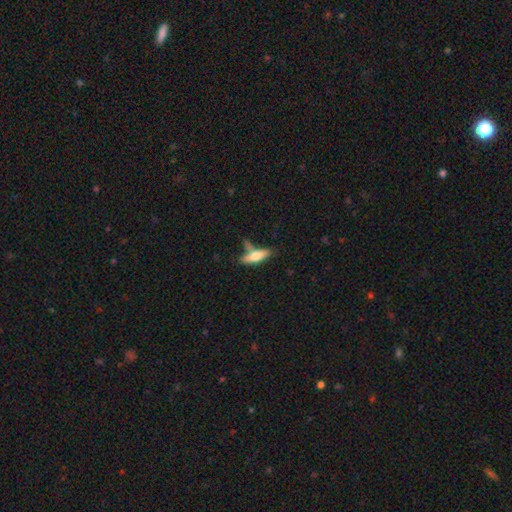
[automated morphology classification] This appears to be a smooth galaxy with no disk features (64%) that is cigar-shaped (52%). Merging: none (55%).